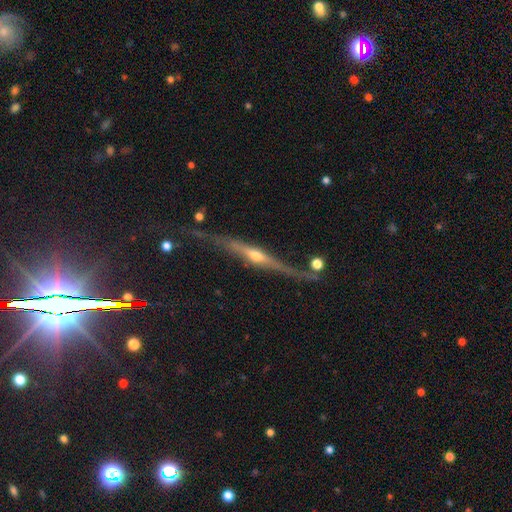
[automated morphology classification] featured or disk 81%, smooth 13%, star or artifact 6%. Down the decision tree: edge-on disk — yes (94%); edge-on bulge — rounded (86%); merging — none (66%).